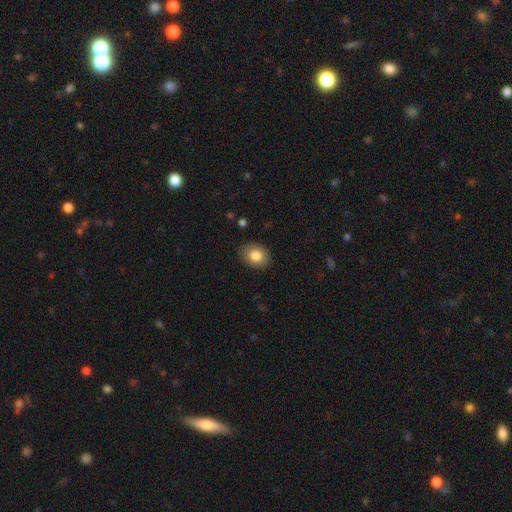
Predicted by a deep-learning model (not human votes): Smooth or featured?
  - smooth: 83% *
  - featured or disk: 9%
  - star or artifact: 8%
How rounded?
  - in between: 62% *
  - round: 38%
  - cigar-shaped: 1%
Merging?
  - none: 87% *
  - minor disturbance: 10%
  - major disturbance: 2%
  - merger: 1%